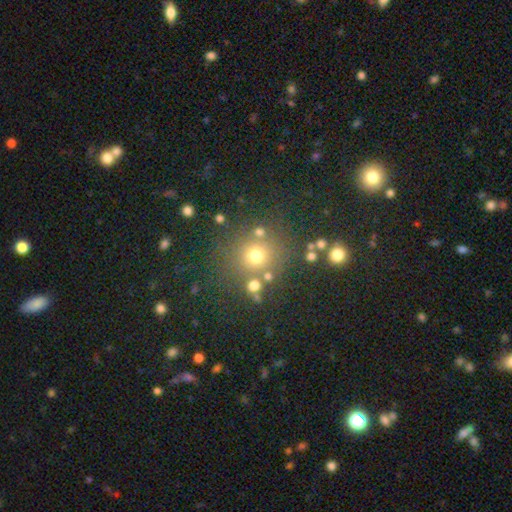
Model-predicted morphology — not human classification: smooth-or-featured: smooth: 69% | star or artifact: 22% | featured or disk: 9%
  how-rounded: round: 90% | in between: 9% | cigar-shaped: 1%
  merging: none: 77% | minor disturbance: 10% | merger: 8% | major disturbance: 5%